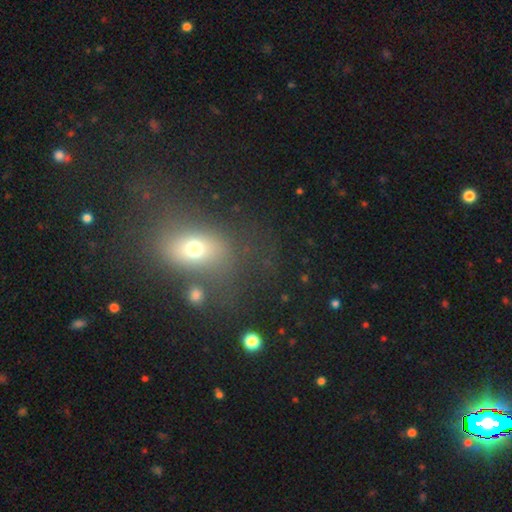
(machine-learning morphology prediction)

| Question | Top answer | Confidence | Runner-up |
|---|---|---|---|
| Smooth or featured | smooth | 56% | star or artifact (28%) |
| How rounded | in between | 67% | round (30%) |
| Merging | none | 62% | minor disturbance (16%) |